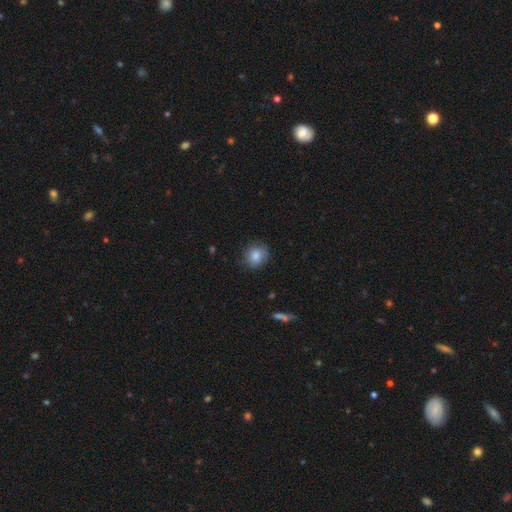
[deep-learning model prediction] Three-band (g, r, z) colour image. It shows a smooth galaxy with no disk features (83%) that is round (80%). Merging: none (81%).